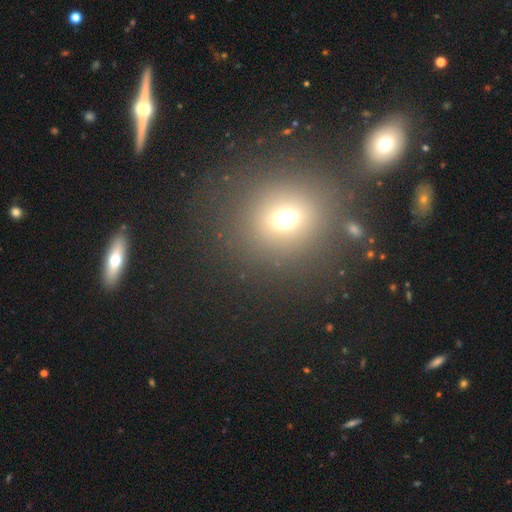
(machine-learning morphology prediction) The model was most divided on "smooth or featured": smooth: 56%, star or artifact: 28%, featured or disk: 16%. More confident: merging — none (79%); how rounded — round (78%).